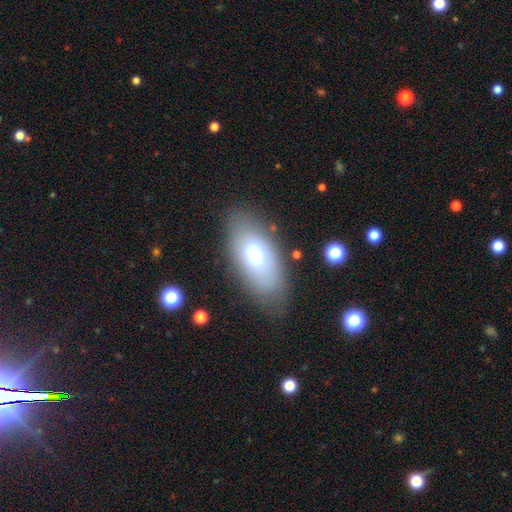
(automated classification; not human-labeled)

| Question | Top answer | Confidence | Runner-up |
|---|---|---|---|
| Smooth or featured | smooth | 68% | featured or disk (23%) |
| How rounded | in between | 90% | cigar-shaped (6%) |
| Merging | none | 80% | minor disturbance (13%) |